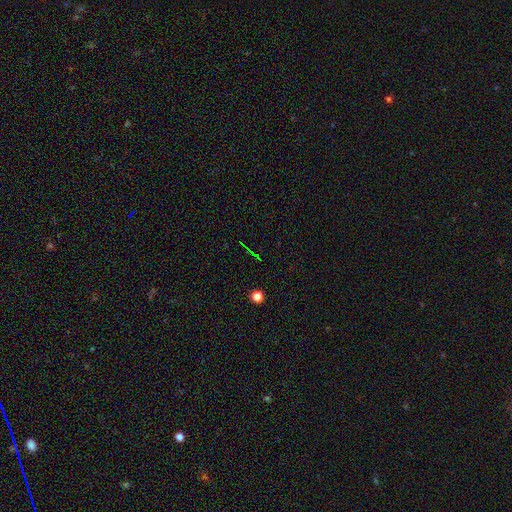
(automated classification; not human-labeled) Smooth or featured? Predicted: star or artifact (p=0.70).